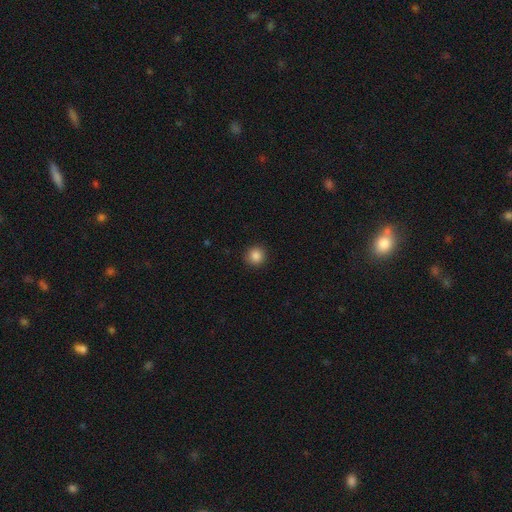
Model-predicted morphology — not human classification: This appears to be a smooth galaxy with no disk features (86%) that is round (94%). Merging: none (91%).